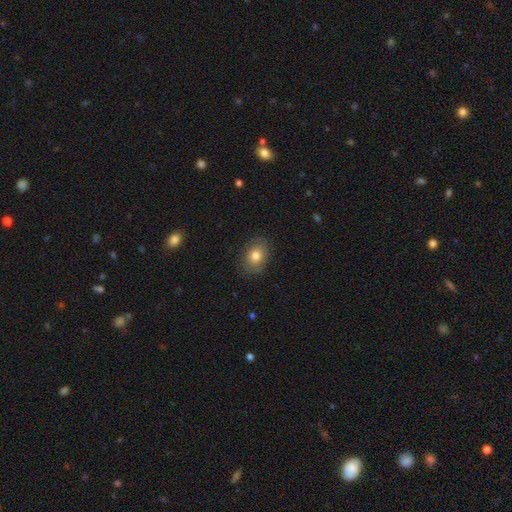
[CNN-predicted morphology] type=smooth (77%); roundness=in between (71%); merging=none (83%).